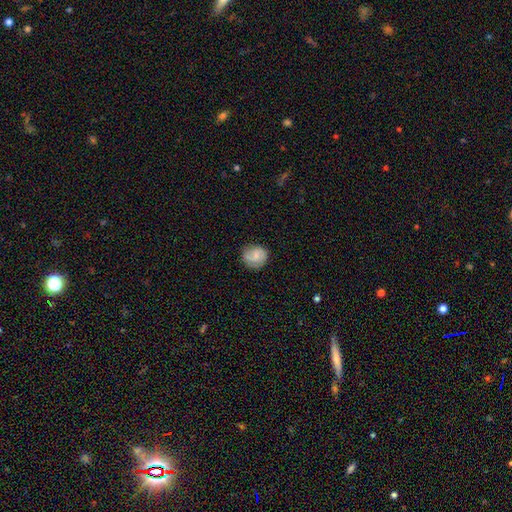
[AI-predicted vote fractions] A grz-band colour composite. It shows a smooth galaxy with no disk features (62%) that is round (84%). Merging: none (77%).